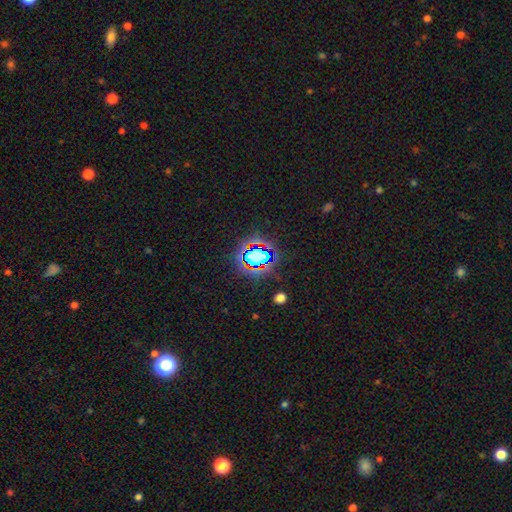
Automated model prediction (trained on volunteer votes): This appears to be a star or artifact, not a galaxy (60%).